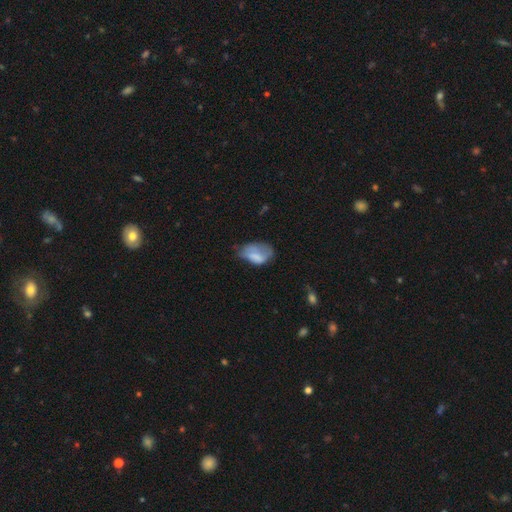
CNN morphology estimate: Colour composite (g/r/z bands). It shows a smooth galaxy with no disk features (68%) that is in between round and cigar-shaped (89%). Merging: minor disturbance (38%).